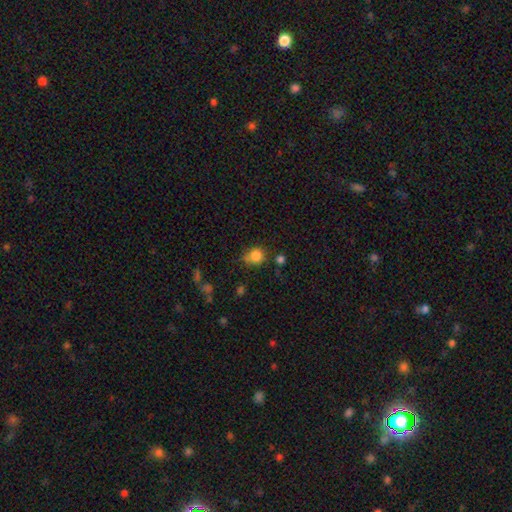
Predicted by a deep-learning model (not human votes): This is clearly a smooth galaxy (82%). How rounded: likely round (74%). Merging: possibly none (57%).